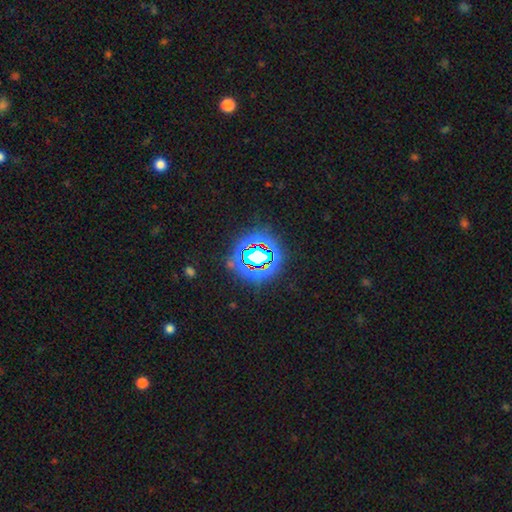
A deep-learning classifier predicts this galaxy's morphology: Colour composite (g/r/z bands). It shows a star or artifact, not a galaxy (76%).